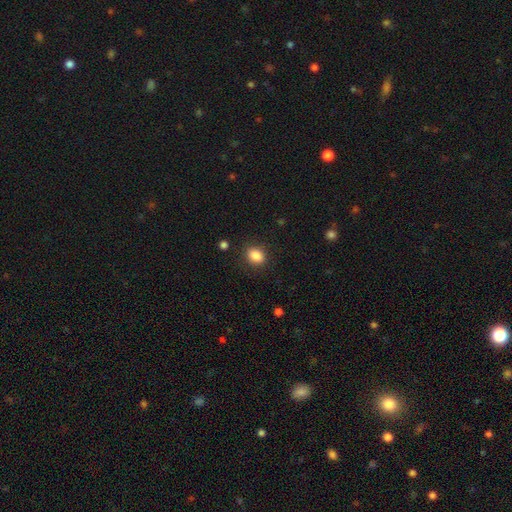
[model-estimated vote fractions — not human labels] Smooth or featured? Predicted: smooth (p=0.87). How rounded? Predicted: in between (p=0.66). Merging? Predicted: none (p=0.86).